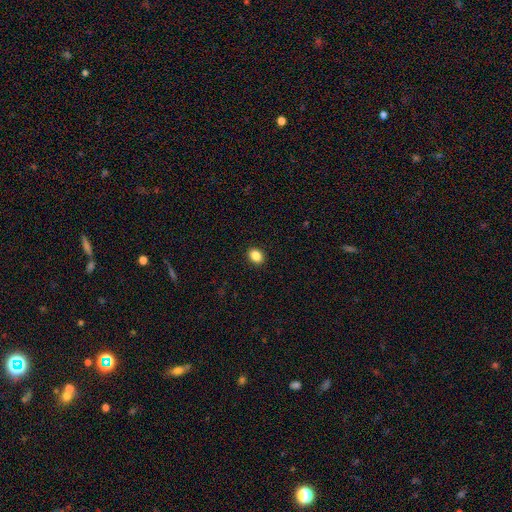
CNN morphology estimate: Q: Smooth or featured?
A: smooth (87%); runner-up: star or artifact (9%)
Q: How rounded?
A: in between (63%); runner-up: round (35%)
Q: Merging?
A: none (91%); runner-up: minor disturbance (6%)